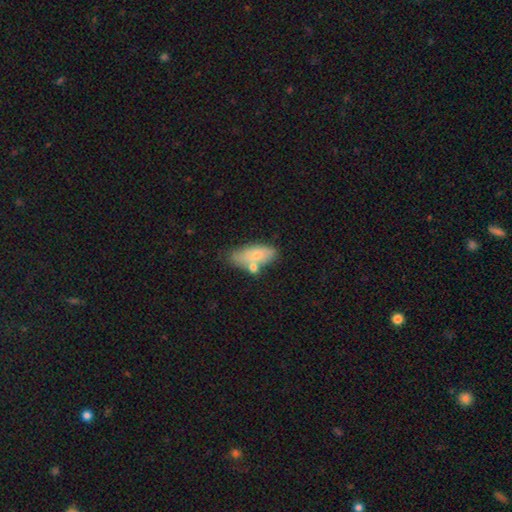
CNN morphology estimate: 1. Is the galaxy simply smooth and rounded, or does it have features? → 65% smooth, 28% featured or disk, 7% star or artifact.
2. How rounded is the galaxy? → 82% in between, 13% cigar-shaped, 4% round.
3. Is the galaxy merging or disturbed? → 48% none, 25% merger, 21% minor disturbance, 6% major disturbance.